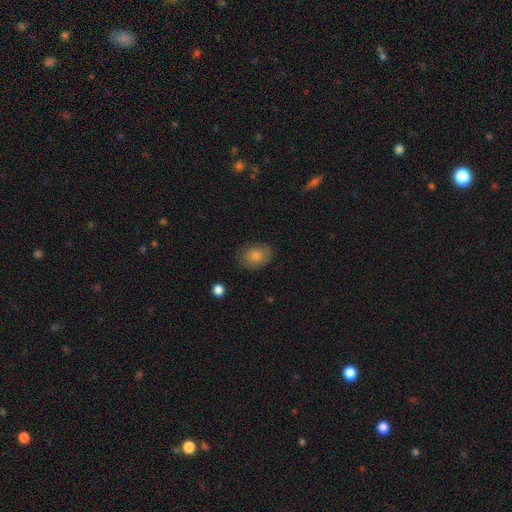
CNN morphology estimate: This is clearly a smooth galaxy (81%). How rounded: likely in between (74%). Merging: likely none (77%).